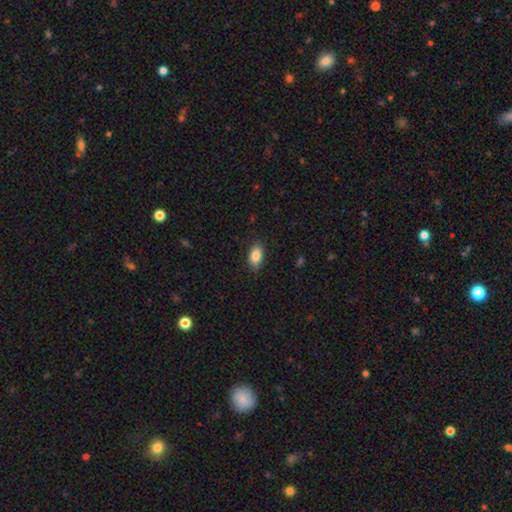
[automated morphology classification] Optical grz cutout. It shows a smooth galaxy with no disk features (84%) that is in between round and cigar-shaped (90%). Merging: none (83%).